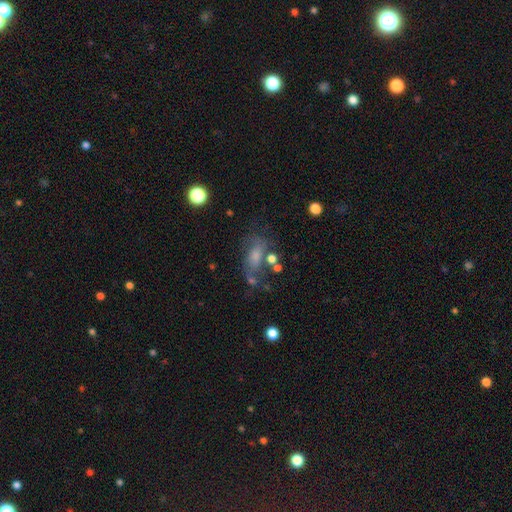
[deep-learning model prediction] Overall: featured or disk (43%; smooth 37%). Merging: none (45%; major disturbance 22%).